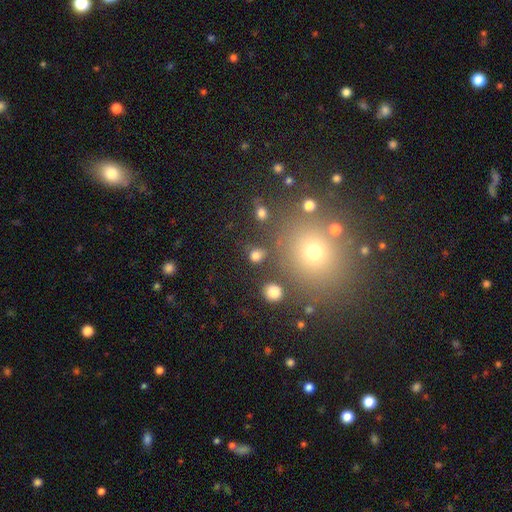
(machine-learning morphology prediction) This appears to be a smooth galaxy with no disk features (79%) that is round (74%). Merging: none (77%).